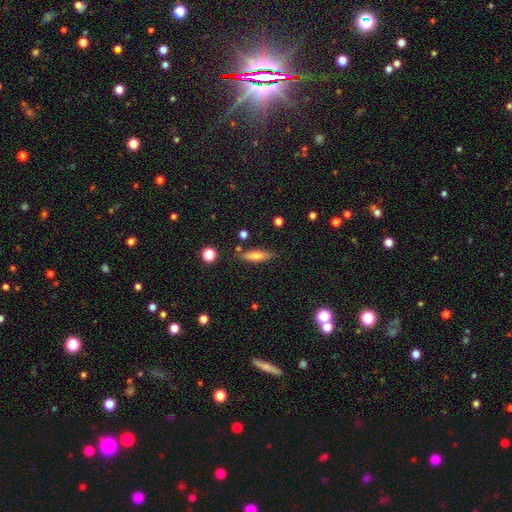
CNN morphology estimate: Smooth or featured: smooth — 60% (featured or disk — 31%)
How rounded: cigar-shaped — 74% (in between — 24%)
Merging: none — 83% (minor disturbance — 11%)